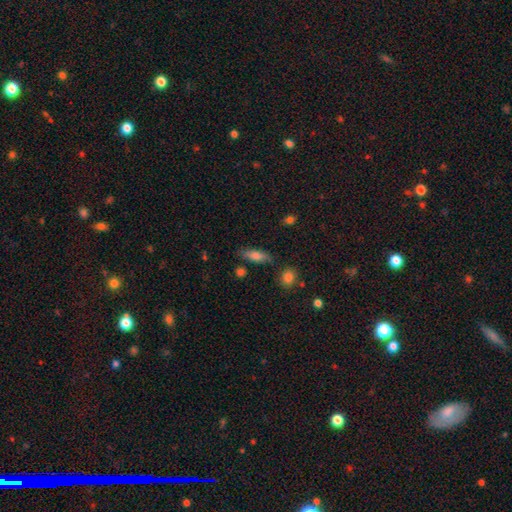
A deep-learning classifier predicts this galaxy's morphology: Smooth or featured? smooth (75%)
How rounded? in between (57%)
Merging? none (74%)